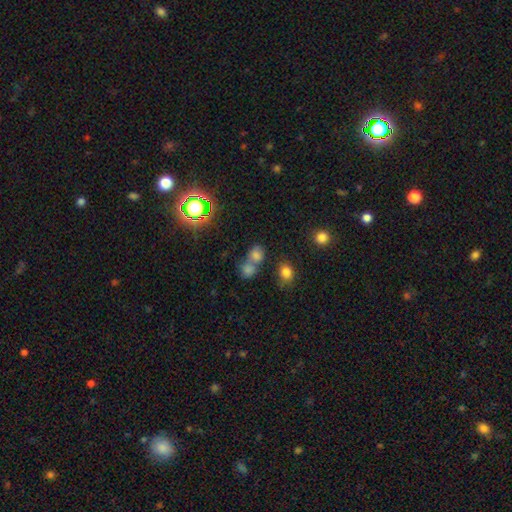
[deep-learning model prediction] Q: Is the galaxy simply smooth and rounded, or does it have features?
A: smooth — 65%.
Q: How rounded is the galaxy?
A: round — 52%.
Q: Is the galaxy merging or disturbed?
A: merger — 49%.